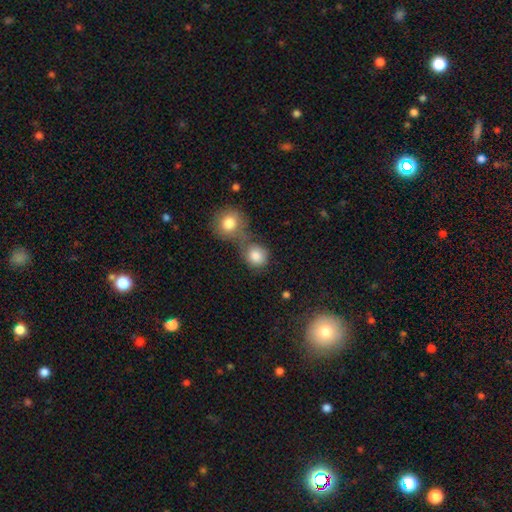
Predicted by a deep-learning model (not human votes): Smooth or featured? Predicted: smooth (p=0.84). How rounded? Predicted: round (p=0.82). Merging? Predicted: merger (p=0.45).